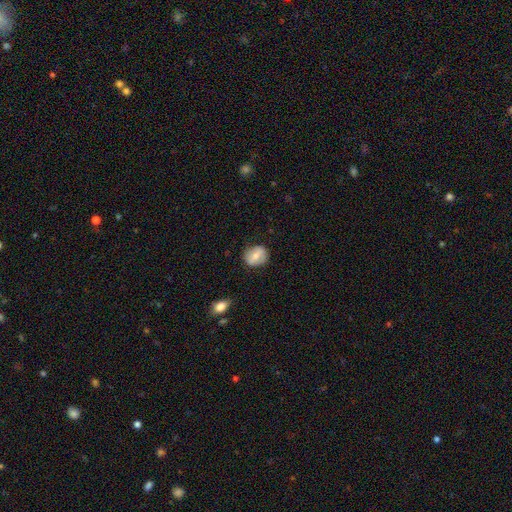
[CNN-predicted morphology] Smooth or featured? Predicted: smooth (p=0.62). How rounded? Predicted: round (p=0.68). Merging? Predicted: none (p=0.82).